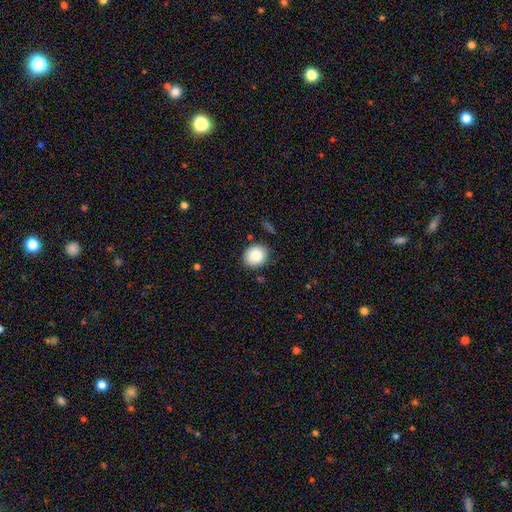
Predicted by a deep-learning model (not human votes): The model was most divided on "how rounded": round: 80%, in between: 19%, cigar-shaped: 1%. More confident: smooth or featured — smooth (86%); merging — none (84%).